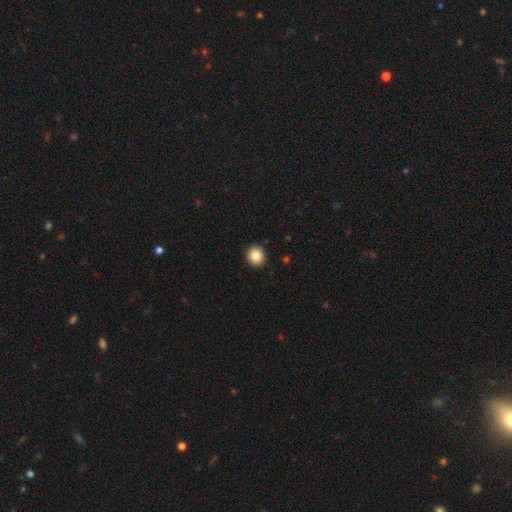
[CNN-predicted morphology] Smooth or featured? Predicted: smooth (p=0.84). How rounded? Predicted: round (p=0.87). Merging? Predicted: none (p=0.93).